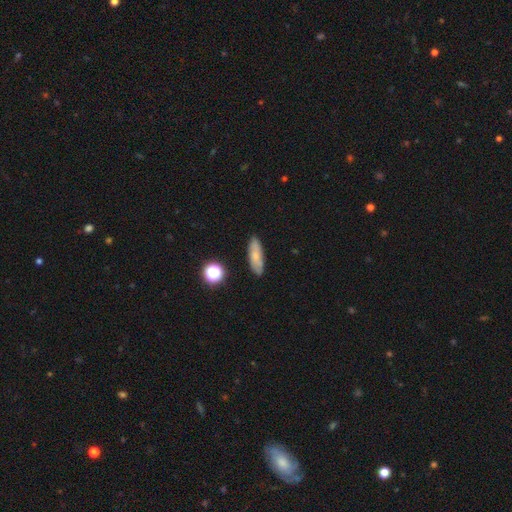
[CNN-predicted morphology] Overall: smooth (70%). How rounded: in between (55%; cigar-shaped 41%). Merging: none (82%).